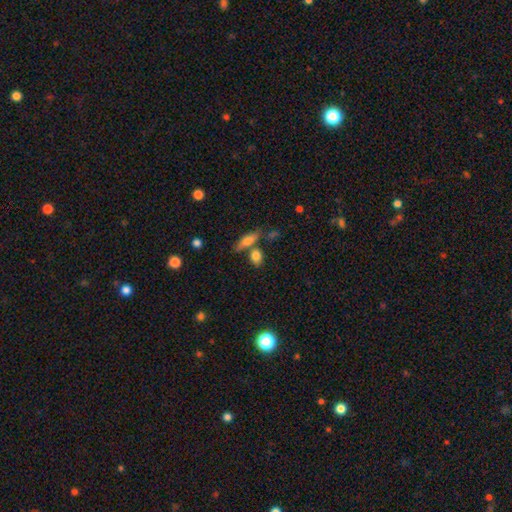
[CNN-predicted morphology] type=smooth (79%); roundness=in between (56%); merging=none (60%).